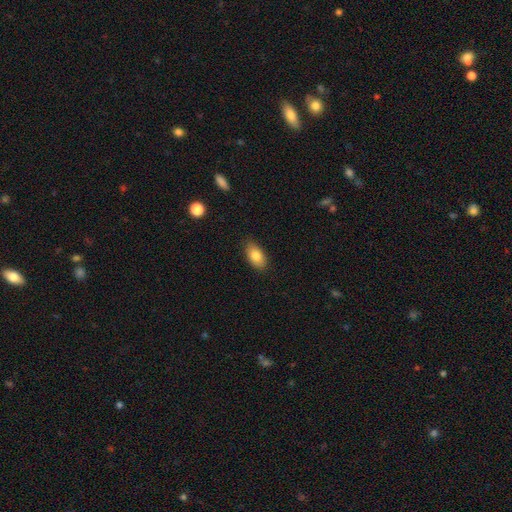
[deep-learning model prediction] Morphology: type=smooth (82%); roundness=in between (91%); merging=none (83%).